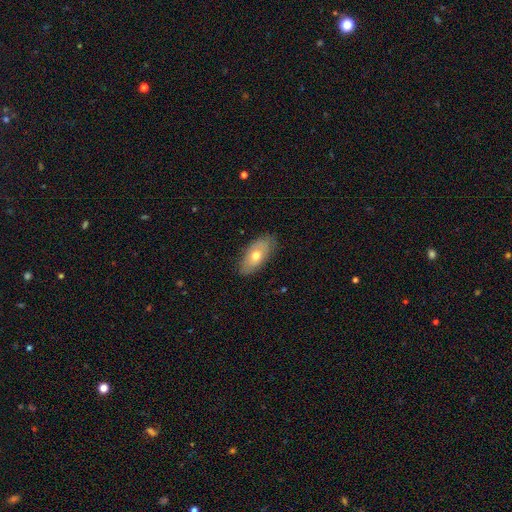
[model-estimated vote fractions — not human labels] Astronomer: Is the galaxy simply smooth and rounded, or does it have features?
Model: smooth — 58% (runner-up: featured or disk, 35%).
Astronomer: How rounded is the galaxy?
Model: in between — 89%.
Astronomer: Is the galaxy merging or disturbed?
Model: none — 82%.